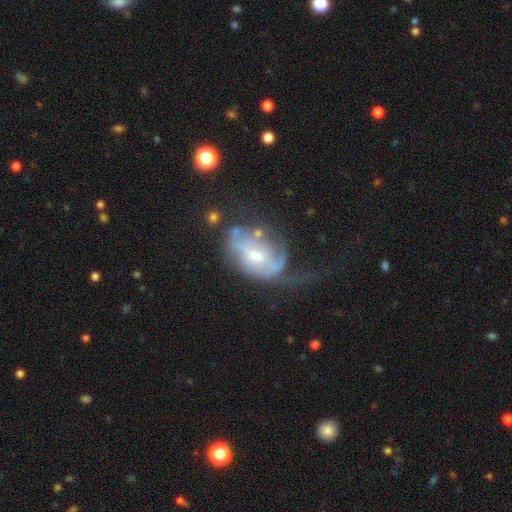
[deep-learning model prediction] This is likely a featured or disk galaxy (69%). It is clearly not viewed edge-on (95%). Bar: possibly no (58%). Spiral arm pattern: likely yes (69%). Central bulge: possibly moderate (54%). Merging: marginally major disturbance (45%).